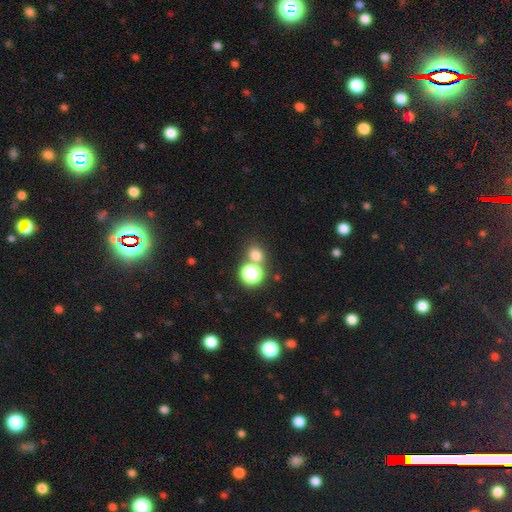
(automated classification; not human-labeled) Smooth or featured?
  - smooth: 70% *
  - star or artifact: 24%
  - featured or disk: 7%
How rounded?
  - round: 73% *
  - in between: 26%
  - cigar-shaped: 1%
Merging?
  - none: 66% *
  - merger: 23%
  - minor disturbance: 8%
  - major disturbance: 4%